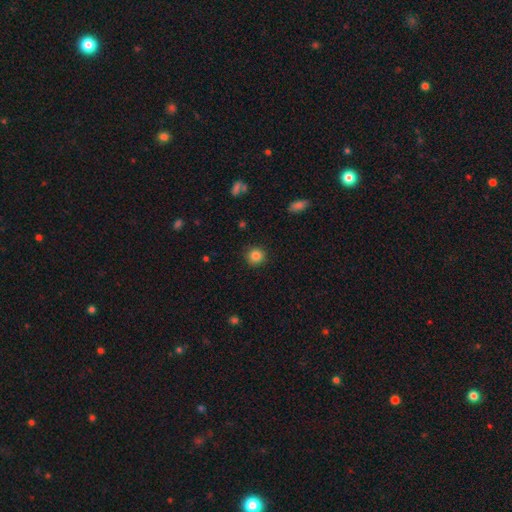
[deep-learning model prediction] Morphology: type=smooth (85%); roundness=round (92%); merging=none (91%).